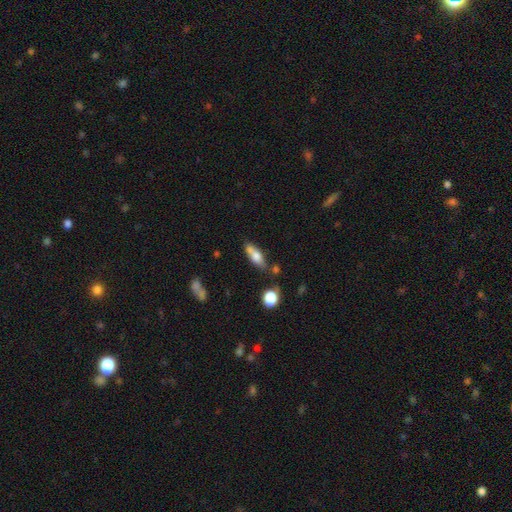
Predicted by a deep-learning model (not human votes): smooth_or_featured: smooth (p=0.65) [alt: featured or disk p=0.27]
how_rounded: in between (p=0.58) [alt: cigar-shaped p=0.38]
merging: none (p=0.57) [alt: minor disturbance p=0.19]